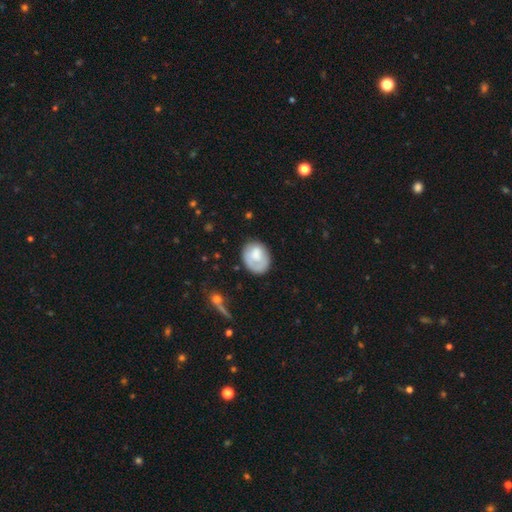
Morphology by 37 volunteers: Overall: smooth (65%; featured or disk 35%). How rounded: round (50%, tied with in between). Merging: none (70%).